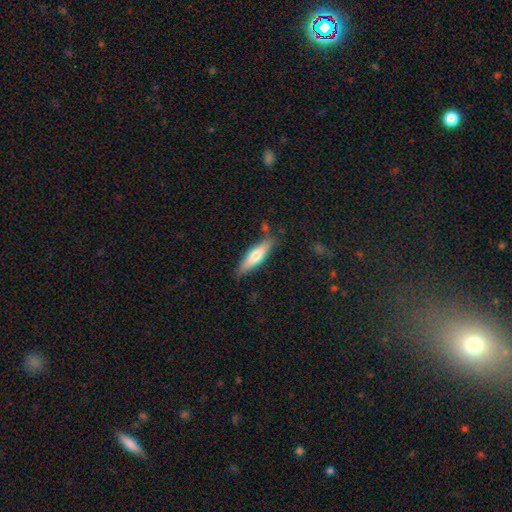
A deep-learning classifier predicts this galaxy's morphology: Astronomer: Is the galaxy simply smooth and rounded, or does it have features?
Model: smooth — 62%.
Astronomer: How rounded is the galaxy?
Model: cigar-shaped — 66%.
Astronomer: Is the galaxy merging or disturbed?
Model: none — 79%.